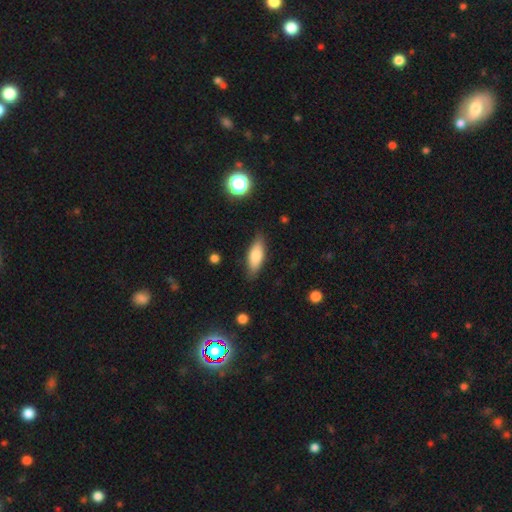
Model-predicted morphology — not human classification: smooth_or_featured: smooth (p=0.77) [alt: featured or disk p=0.17]
how_rounded: in between (p=0.70) [alt: cigar-shaped p=0.28]
merging: none (p=0.82) [alt: minor disturbance p=0.14]